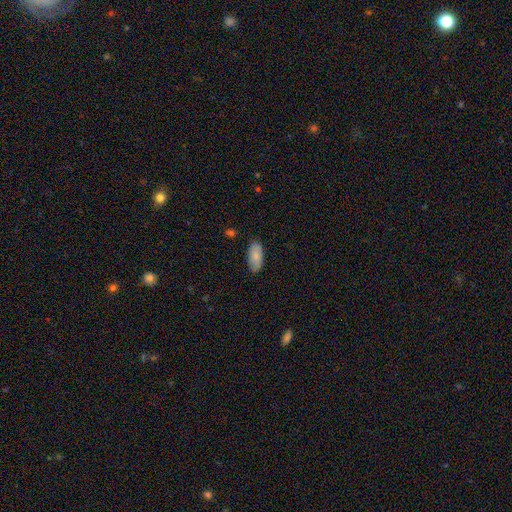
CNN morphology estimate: The model was most divided on "merging": none: 85%, minor disturbance: 12%, major disturbance: 2%, merger: 1%. More confident: how rounded — in between (91%); smooth or featured — smooth (84%).